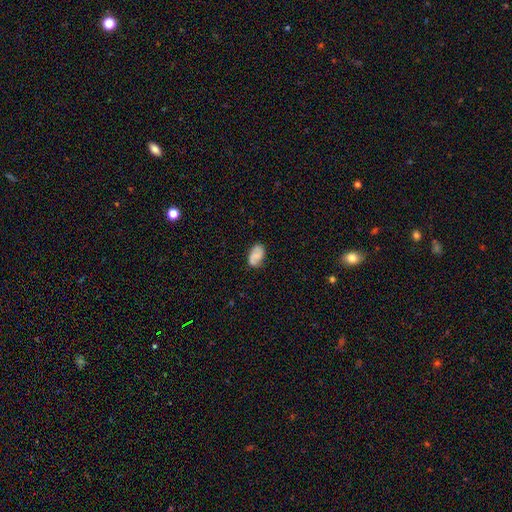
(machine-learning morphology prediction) smooth-or-featured: smooth: 50% | featured or disk: 41% | star or artifact: 9%
  how-rounded: in between: 90% | round: 9% | cigar-shaped: 2%
  merging: none: 76% | minor disturbance: 18% | major disturbance: 5% | merger: 2%